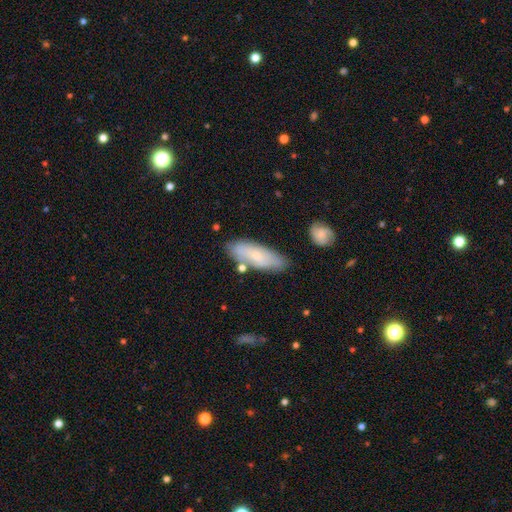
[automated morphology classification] type=smooth (67%); roundness=in between (62%); merging=none (74%).